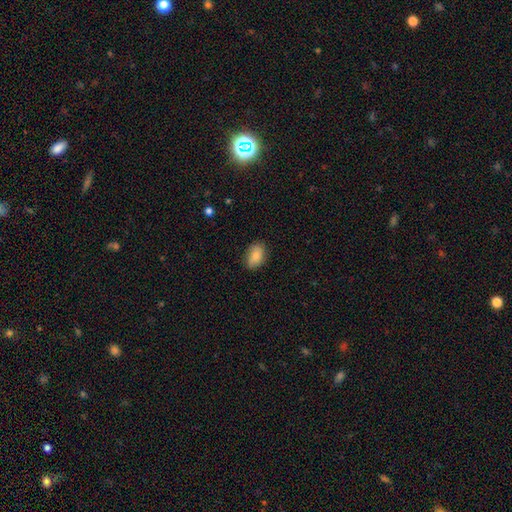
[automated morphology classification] type=smooth (83%); roundness=in between (88%); merging=none (82%).